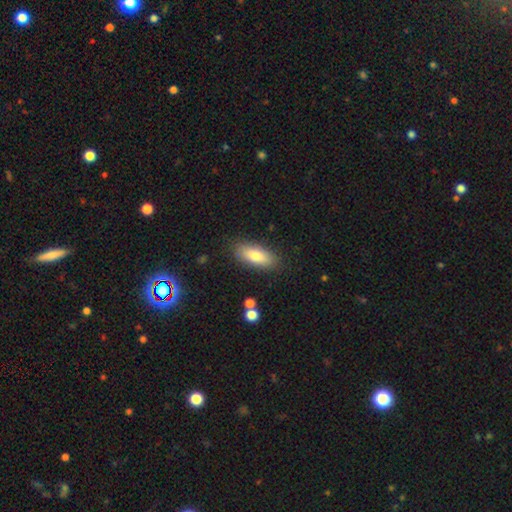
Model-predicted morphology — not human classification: Q: Smooth or featured?
A: smooth (77%); runner-up: featured or disk (17%)
Q: How rounded?
A: in between (79%); runner-up: cigar-shaped (18%)
Q: Merging?
A: none (84%); runner-up: minor disturbance (11%)